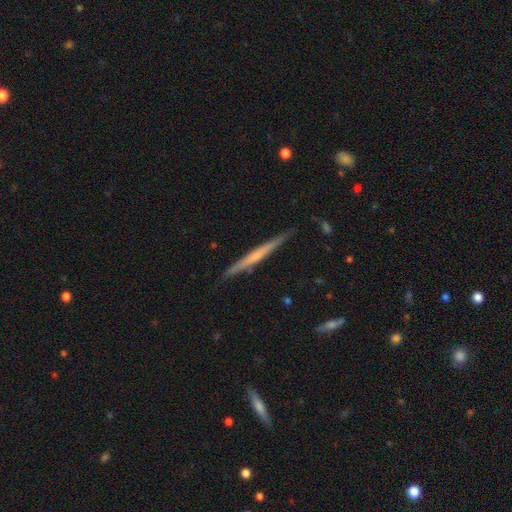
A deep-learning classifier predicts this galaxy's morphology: type=featured or disk (55%); edge-on=yes (97%); edge-on bulge=none (67%); merging=none (87%).